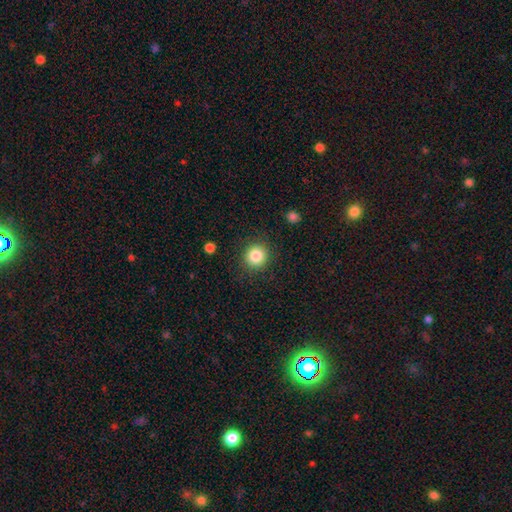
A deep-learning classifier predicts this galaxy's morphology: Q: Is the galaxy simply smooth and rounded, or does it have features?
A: smooth — 84%.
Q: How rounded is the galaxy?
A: round — 92%.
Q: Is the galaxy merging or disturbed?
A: none — 89%.